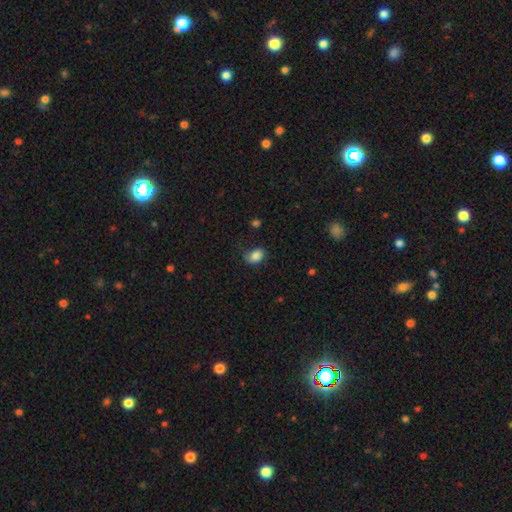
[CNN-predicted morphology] Smooth or featured? Predicted: smooth (p=0.84). How rounded? Predicted: in between (p=0.77). Merging? Predicted: none (p=0.62).